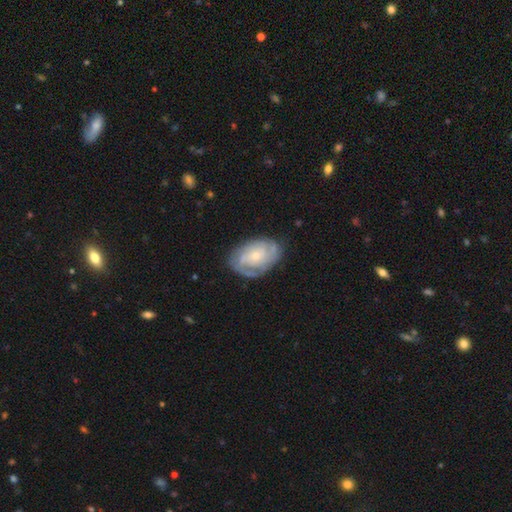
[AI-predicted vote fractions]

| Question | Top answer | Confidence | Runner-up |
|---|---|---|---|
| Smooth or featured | featured or disk | 74% | smooth (20%) |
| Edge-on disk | no | 97% | yes (3%) |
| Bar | no | 70% | weak (26%) |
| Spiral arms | yes | 89% | no (11%) |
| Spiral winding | tight | 62% | medium (29%) |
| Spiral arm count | can't tell | 40% | 2 (30%) |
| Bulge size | small | 57% | moderate (32%) |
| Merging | none | 72% | minor disturbance (20%) |